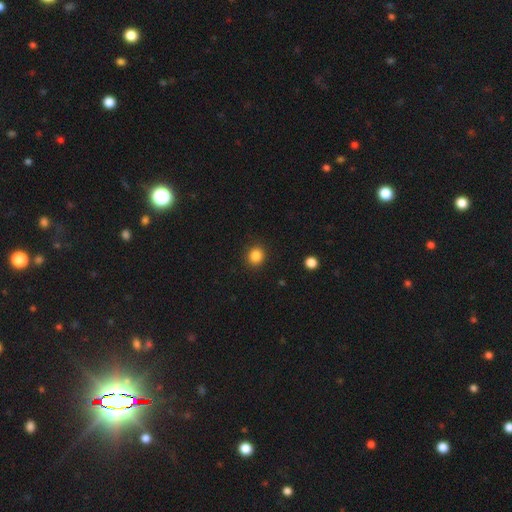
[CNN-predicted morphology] Smooth or featured?
  - smooth: 85% *
  - star or artifact: 11%
  - featured or disk: 4%
How rounded?
  - round: 86% *
  - in between: 13%
  - cigar-shaped: 1%
Merging?
  - none: 91% *
  - minor disturbance: 6%
  - major disturbance: 2%
  - merger: 1%